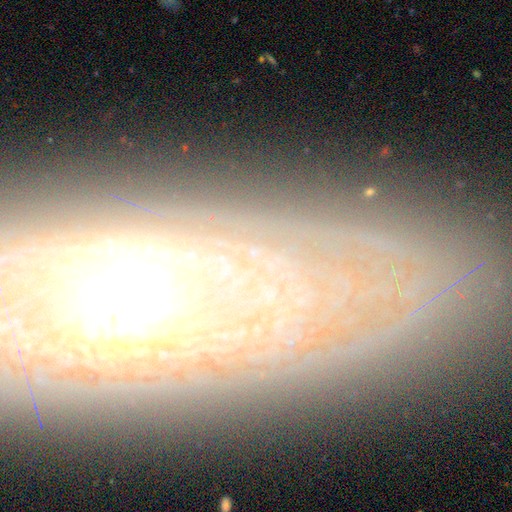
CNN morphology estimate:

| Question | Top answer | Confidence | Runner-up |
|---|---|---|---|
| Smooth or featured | featured or disk | 56% | star or artifact (25%) |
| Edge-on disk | no | 65% | yes (35%) |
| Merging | none | 79% | minor disturbance (13%) |